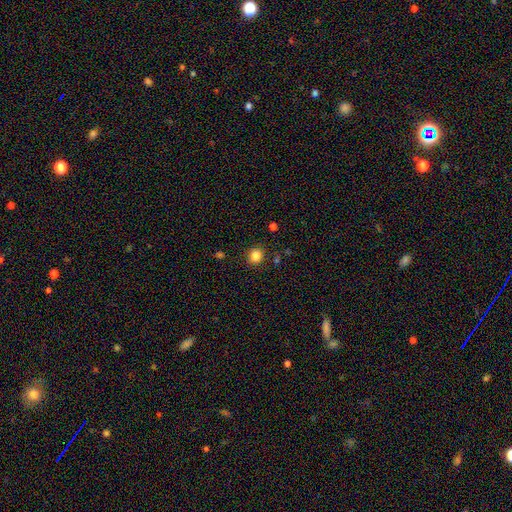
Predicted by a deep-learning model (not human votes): Q: Smooth or featured?
A: smooth (84%); runner-up: star or artifact (11%)
Q: How rounded?
A: round (84%); runner-up: in between (15%)
Q: Merging?
A: none (88%); runner-up: minor disturbance (8%)